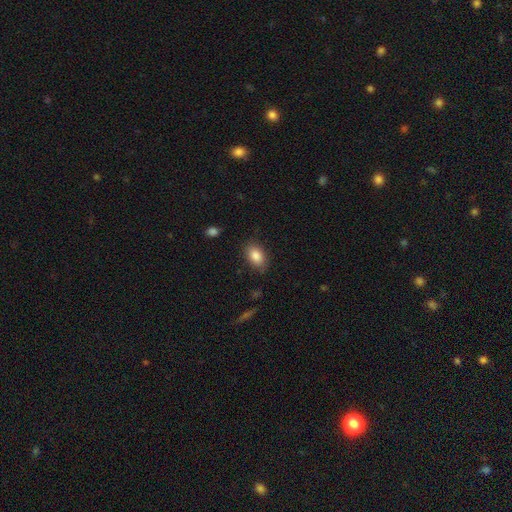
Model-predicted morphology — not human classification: smooth 86%, star or artifact 8%, featured or disk 6%. Down the decision tree: how rounded — in between (86%); merging — none (83%).